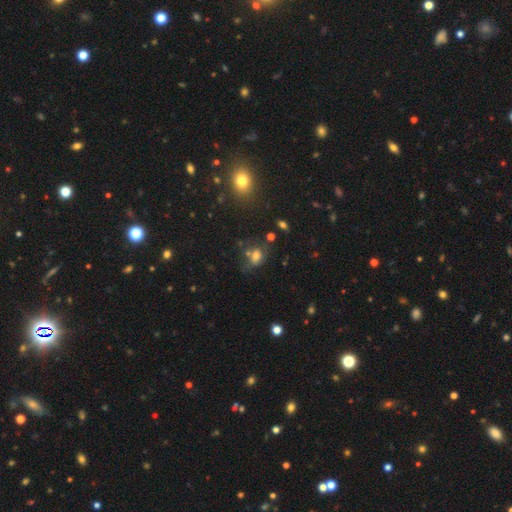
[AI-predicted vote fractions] Q: Smooth or featured?
A: smooth (66%); runner-up: star or artifact (19%)
Q: How rounded?
A: in between (57%); runner-up: round (42%)
Q: Merging?
A: none (49%); runner-up: minor disturbance (21%)